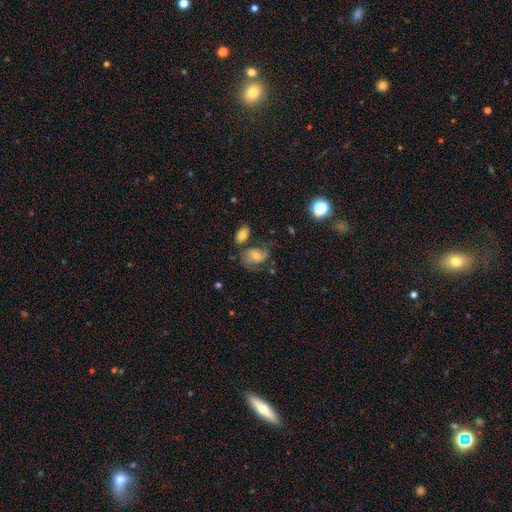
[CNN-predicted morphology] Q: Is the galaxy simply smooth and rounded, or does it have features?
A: smooth — 49%.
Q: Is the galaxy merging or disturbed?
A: none — 46%.